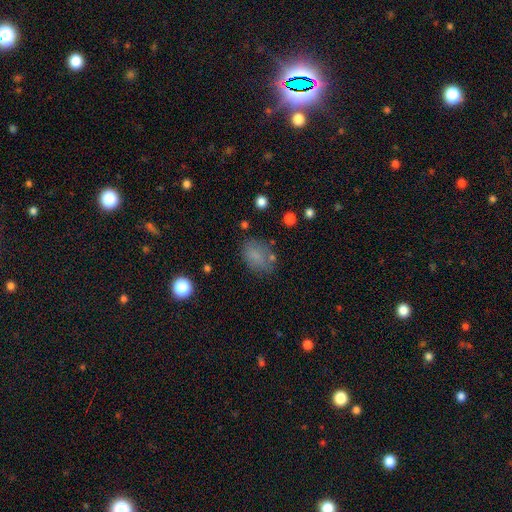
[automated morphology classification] smooth_or_featured: smooth (p=0.75) [alt: star or artifact p=0.13]
how_rounded: in between (p=0.76) [alt: round p=0.22]
merging: none (p=0.66) [alt: minor disturbance p=0.20]